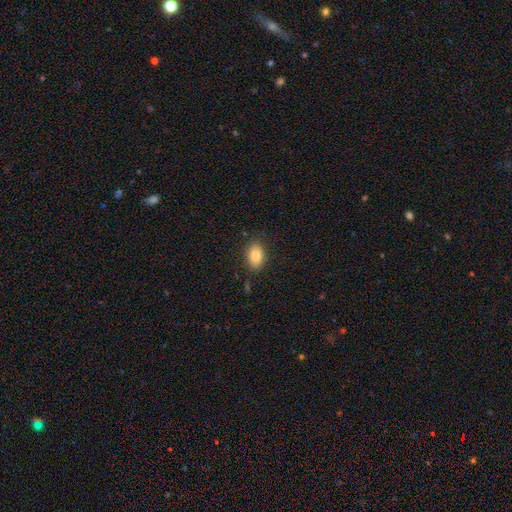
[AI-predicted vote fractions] This is clearly a smooth galaxy (86%). How rounded: clearly in between (88%). Merging: clearly none (82%).